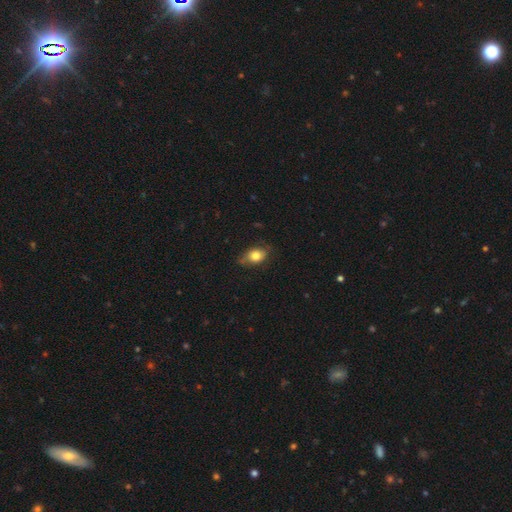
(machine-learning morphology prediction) type=smooth (75%); roundness=in between (77%); merging=none (66%).